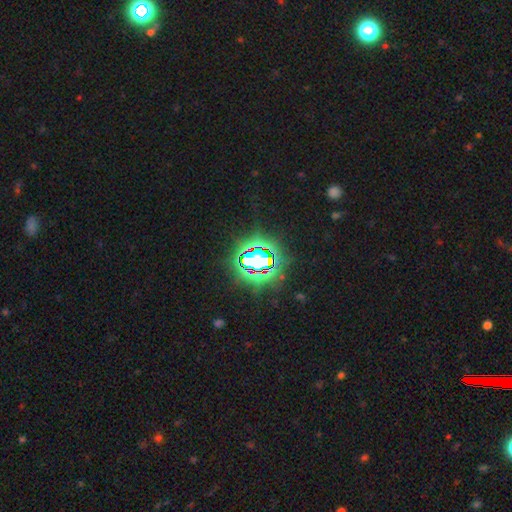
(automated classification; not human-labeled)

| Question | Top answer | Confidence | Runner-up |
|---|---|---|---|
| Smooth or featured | star or artifact | 76% | smooth (14%) |